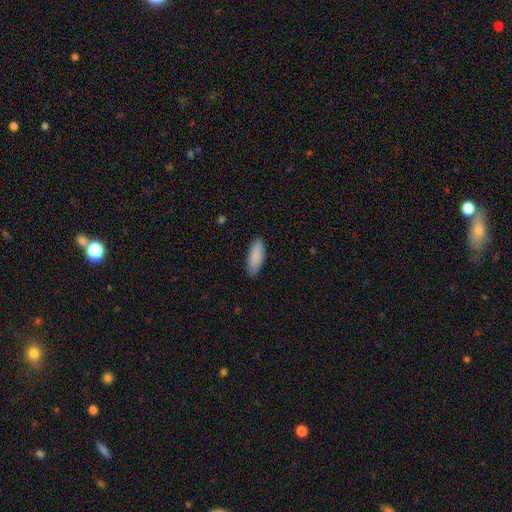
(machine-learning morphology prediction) Overall: smooth (89%). How rounded: in between (66%; cigar-shaped 33%). Merging: none (86%).